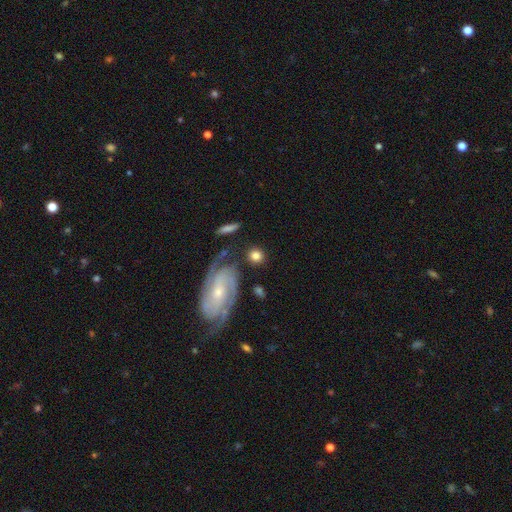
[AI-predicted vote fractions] A smooth galaxy with no disk features (72%) that is round (80%).

Vote fractions:
- Smooth or featured? smooth: 72% / featured or disk: 21% / star or artifact: 7%
- How rounded? round: 80% / in between: 18% / cigar-shaped: 2%
- Merging? none: 76% / minor disturbance: 11% / merger: 8% / major disturbance: 5%